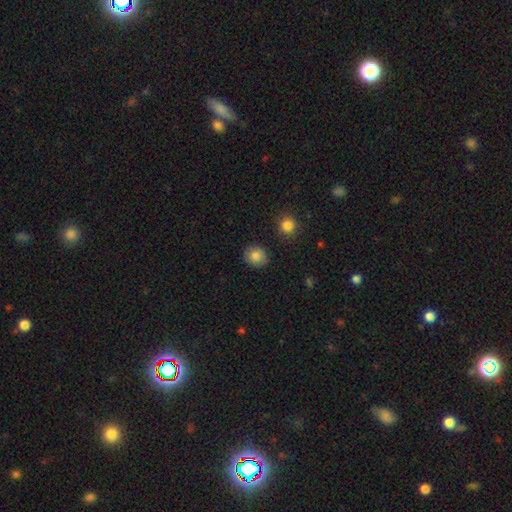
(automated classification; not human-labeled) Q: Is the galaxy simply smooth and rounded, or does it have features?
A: smooth — 83%.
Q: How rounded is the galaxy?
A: round — 74%.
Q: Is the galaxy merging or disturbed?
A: none — 89%.